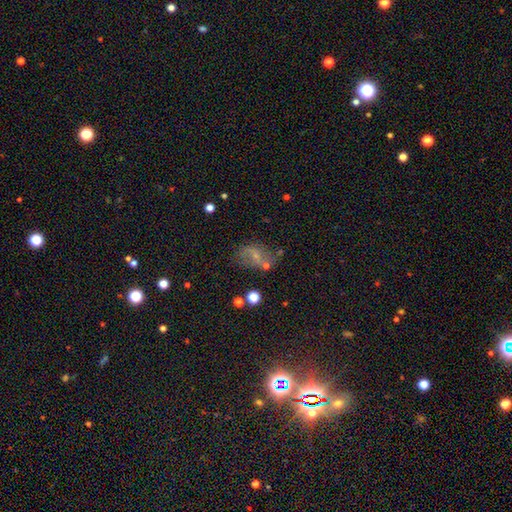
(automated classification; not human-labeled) Overall: featured or disk (42%; smooth 39%). Merging: none (50%; minor disturbance 22%).